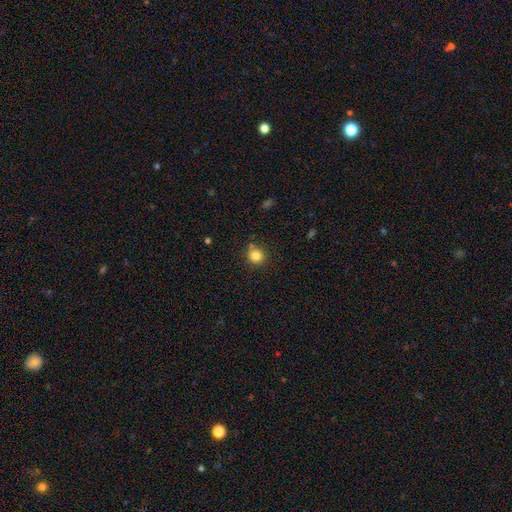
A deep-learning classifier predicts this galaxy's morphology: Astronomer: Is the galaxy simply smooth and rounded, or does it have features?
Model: smooth — 83%.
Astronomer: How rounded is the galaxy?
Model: round — 89%.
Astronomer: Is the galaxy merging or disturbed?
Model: none — 80%.